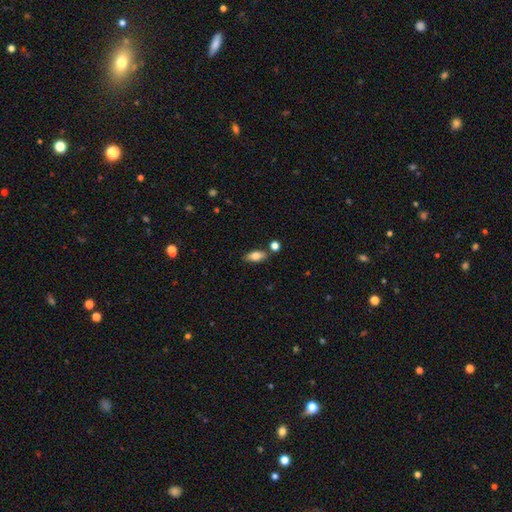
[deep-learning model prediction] A smooth galaxy with no disk features (79%) that is in between round and cigar-shaped (85%).

Vote fractions:
- Smooth or featured? smooth: 79% / featured or disk: 13% / star or artifact: 8%
- How rounded? in between: 85% / cigar-shaped: 11% / round: 4%
- Merging? none: 78% / minor disturbance: 11% / merger: 8% / major disturbance: 3%